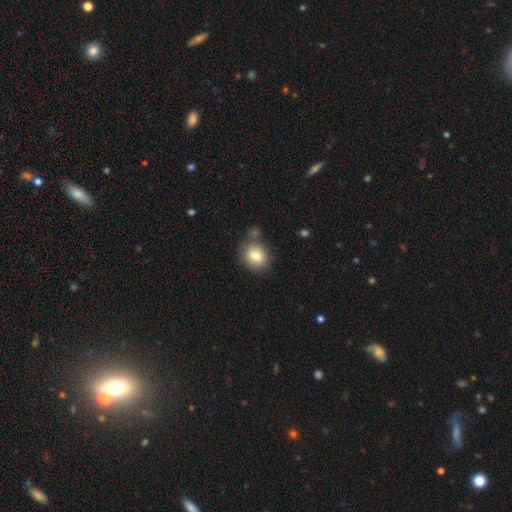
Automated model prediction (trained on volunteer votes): The model was most divided on "how rounded": round: 66%, in between: 33%, cigar-shaped: 1%. More confident: smooth or featured — smooth (80%); merging — none (72%).